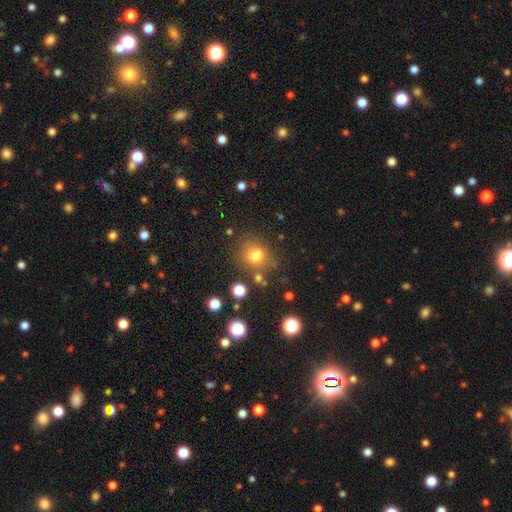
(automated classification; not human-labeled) smooth-or-featured: smooth: 75% | star or artifact: 17% | featured or disk: 9%
  how-rounded: round: 83% | in between: 16% | cigar-shaped: 1%
  merging: none: 74% | minor disturbance: 13% | merger: 7% | major disturbance: 5%